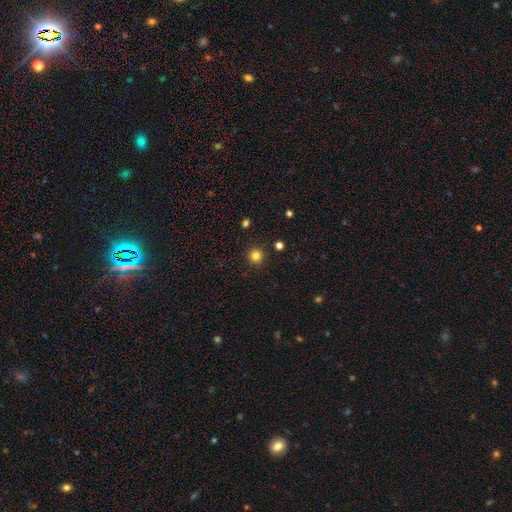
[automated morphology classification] The model was most divided on "smooth or featured": smooth: 83%, star or artifact: 13%, featured or disk: 4%. More confident: how rounded — round (96%); merging — none (91%).